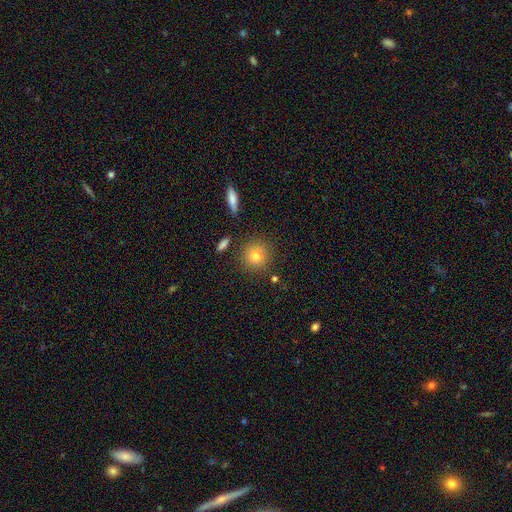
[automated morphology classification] Q: Smooth or featured?
A: smooth (78%); runner-up: star or artifact (11%)
Q: How rounded?
A: round (92%); runner-up: in between (7%)
Q: Merging?
A: none (84%); runner-up: minor disturbance (9%)